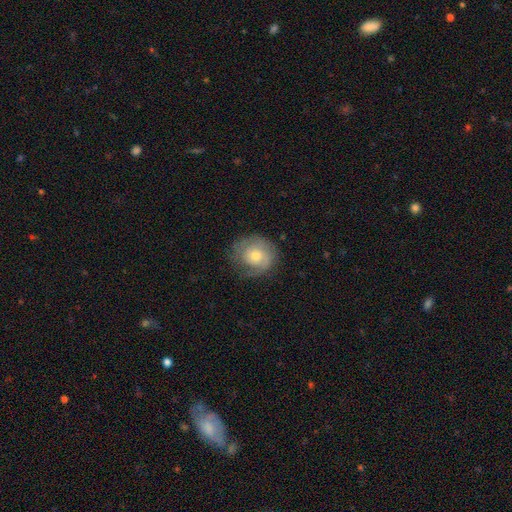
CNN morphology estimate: The model was most divided on "smooth or featured": featured or disk: 48%, smooth: 44%, star or artifact: 8%. More confident: merging — none (67%).